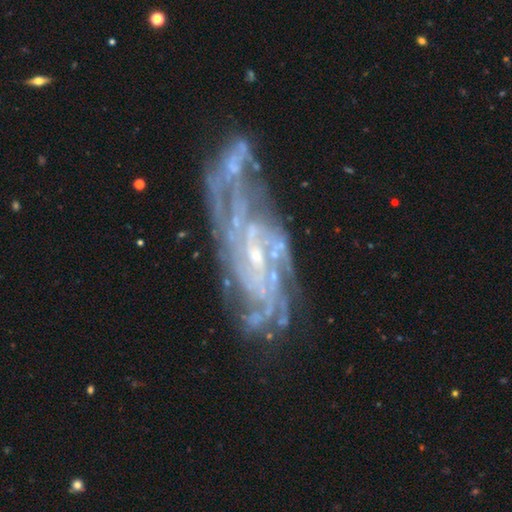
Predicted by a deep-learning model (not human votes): A featured or disk galaxy (86%) with no bar (48%), tight (60%) spiral arms (93%) and a small central bulge (79%). Merging: none (50%).